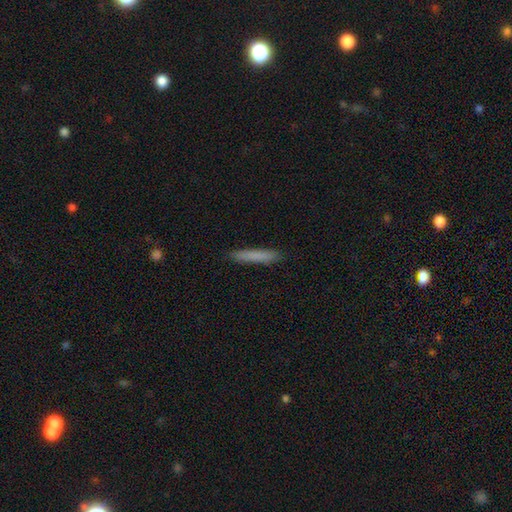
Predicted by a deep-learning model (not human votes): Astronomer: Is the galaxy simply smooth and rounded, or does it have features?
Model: smooth — 79%.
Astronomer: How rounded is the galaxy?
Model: cigar-shaped — 95%.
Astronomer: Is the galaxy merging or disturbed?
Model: none — 90%.